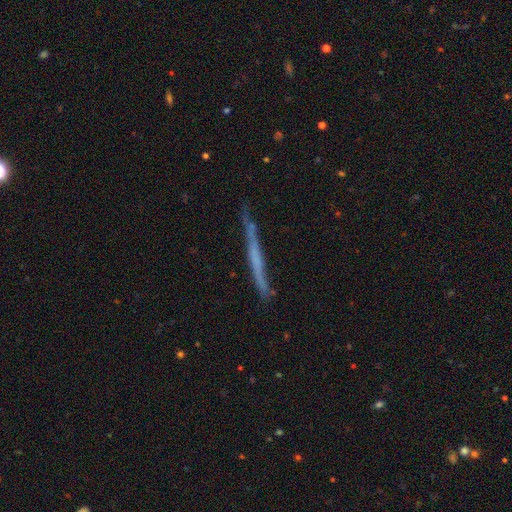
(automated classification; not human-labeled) A featured or disk galaxy (58%) viewed edge-on (95%) with no central bulge (83%).

Vote fractions:
- Smooth or featured? featured or disk: 58% / smooth: 34% / star or artifact: 8%
- Edge-on disk? yes: 95% / no: 5%
- Edge-on bulge? none: 83% / rounded: 12% / boxy: 6%
- Merging? none: 83% / minor disturbance: 13% / major disturbance: 2% / merger: 2%